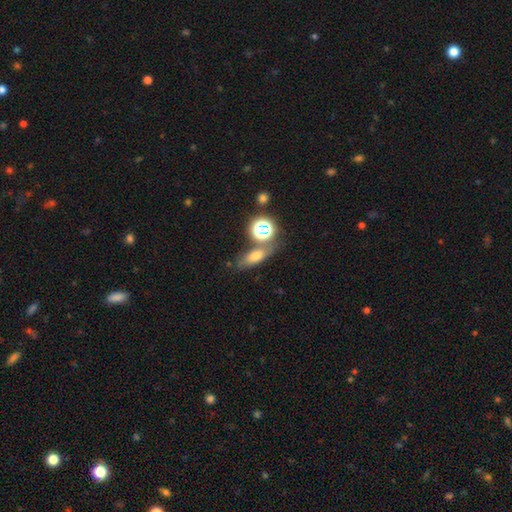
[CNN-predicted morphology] smooth_or_featured: smooth (p=0.61) [alt: star or artifact p=0.20]
how_rounded: in between (p=0.52) [alt: cigar-shaped p=0.28]
merging: none (p=0.61) [alt: merger p=0.20]